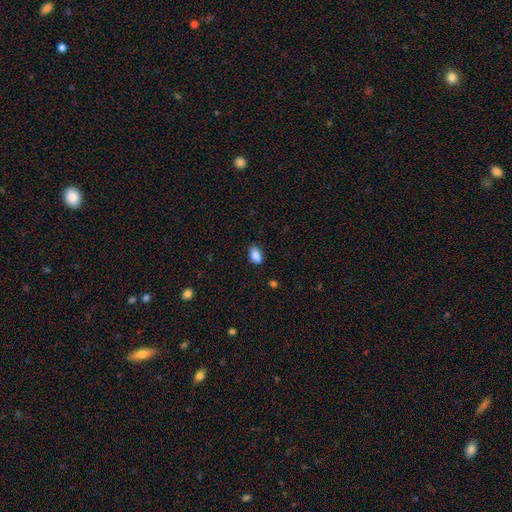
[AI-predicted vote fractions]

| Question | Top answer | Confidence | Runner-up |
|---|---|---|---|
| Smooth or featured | smooth | 87% | star or artifact (9%) |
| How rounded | in between | 88% | round (10%) |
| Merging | none | 79% | minor disturbance (16%) |